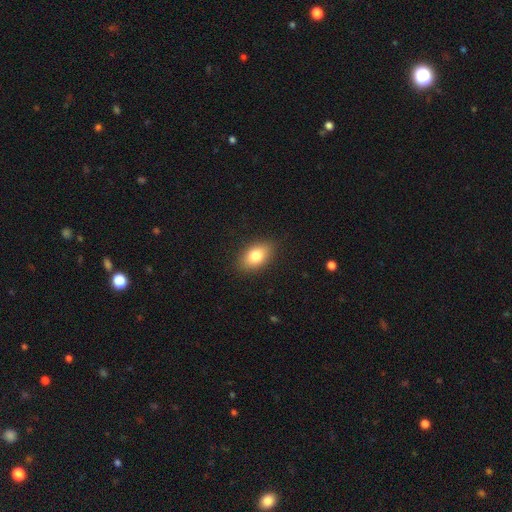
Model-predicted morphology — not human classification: Smooth or featured?
  - smooth: 81% *
  - featured or disk: 11%
  - star or artifact: 8%
How rounded?
  - in between: 88% *
  - round: 10%
  - cigar-shaped: 2%
Merging?
  - none: 87% *
  - minor disturbance: 10%
  - major disturbance: 2%
  - merger: 1%